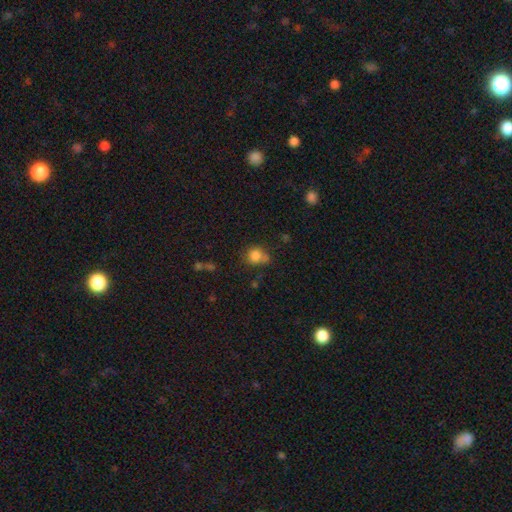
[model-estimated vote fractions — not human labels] smooth_or_featured: smooth (p=0.82) [alt: star or artifact p=0.11]
how_rounded: round (p=0.77) [alt: in between p=0.22]
merging: none (p=0.55) [alt: minor disturbance p=0.23]